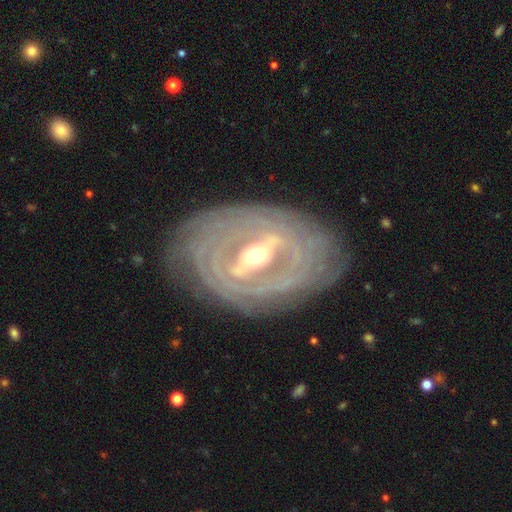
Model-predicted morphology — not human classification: A featured or disk galaxy (89%) with a strong bar (65%), tight (83%) spiral arms (88%) and a moderate central bulge (60%).

Vote fractions:
- Smooth or featured? featured or disk: 89% / smooth: 7% / star or artifact: 5%
- Edge-on disk? no: 91% / yes: 9%
- Bar? strong: 65% / weak: 26% / no: 10%
- Spiral arms? yes: 88% / no: 12%
- Spiral winding? tight: 83% / medium: 12% / loose: 4%
- Spiral arm count? can't tell: 41% / 2: 17% / 3: 13% / 4: 12% / more than 4: 11% / 1: 6%
- Bulge size? moderate: 60% / small: 34% / large: 4% / dominant: 1% / none: 1%
- Merging? none: 79% / minor disturbance: 15% / major disturbance: 5% / merger: 1%